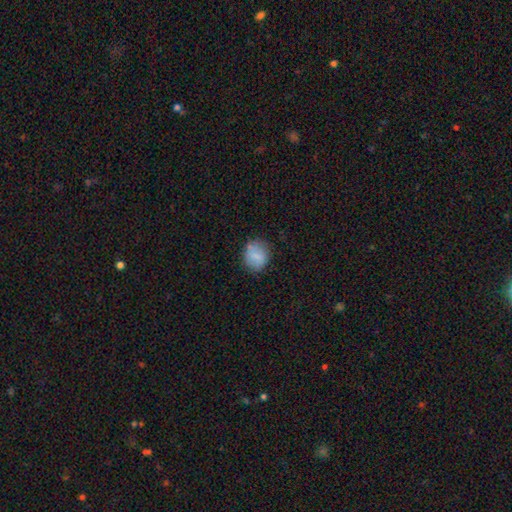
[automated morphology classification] Overall: smooth (79%). How rounded: round (69%; in between 30%). Merging: none (77%).